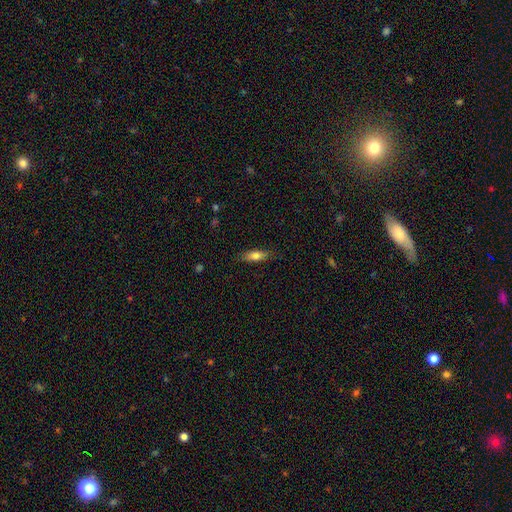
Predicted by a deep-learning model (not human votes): Smooth or featured? Predicted: smooth (p=0.72). How rounded? Predicted: in between (p=0.54). Merging? Predicted: none (p=0.84).